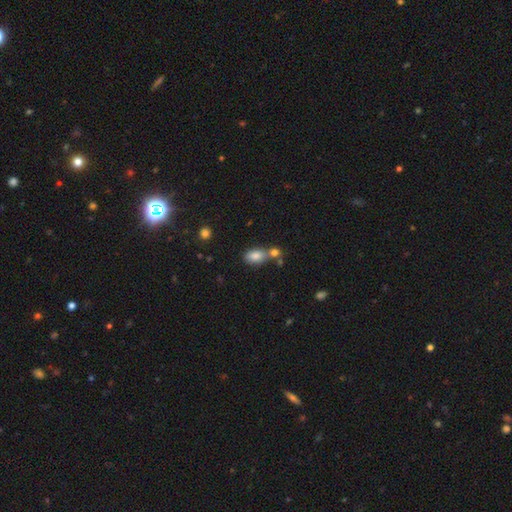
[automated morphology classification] A smooth galaxy with no disk features (82%) that is in between round and cigar-shaped (88%). Merging: none (44%).